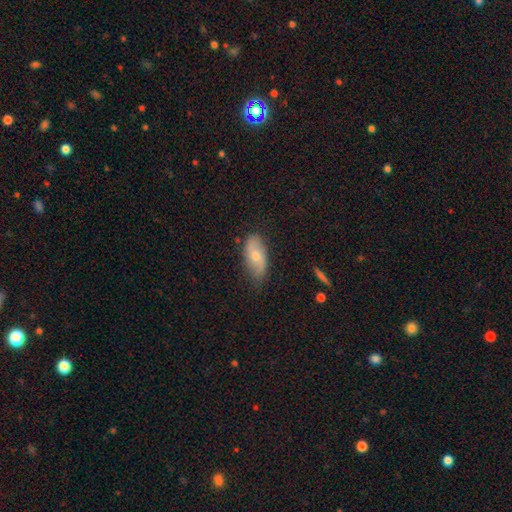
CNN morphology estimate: A smooth galaxy with no disk features (54%) that is in between round and cigar-shaped (90%).

Vote fractions:
- Smooth or featured? smooth: 54% / featured or disk: 38% / star or artifact: 8%
- How rounded? in between: 90% / cigar-shaped: 7% / round: 4%
- Merging? none: 71% / minor disturbance: 24% / major disturbance: 4% / merger: 1%